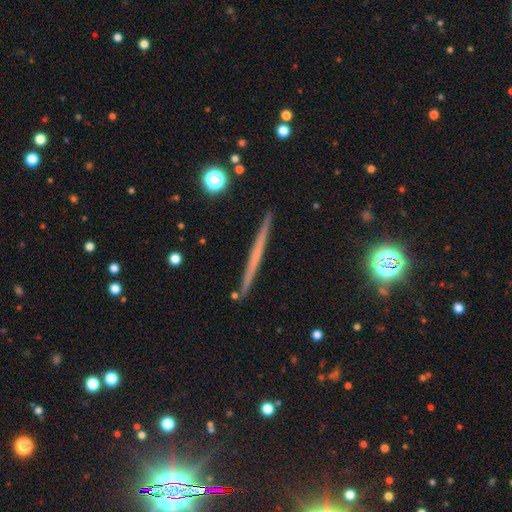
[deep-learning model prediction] Smooth or featured? featured or disk (54%)
Edge-on disk? yes (98%)
Edge-on bulge? none (89%)
Merging? none (92%)